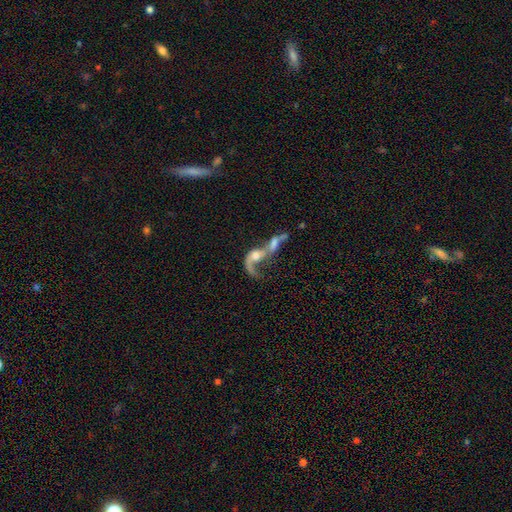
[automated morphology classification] Smooth or featured: featured or disk — 63% (smooth — 26%)
Edge-on disk: no — 93% (yes — 7%)
Bar: no — 70% (weak — 23%)
Spiral arms: yes — 67% (no — 33%)
Bulge size: moderate — 46% (small — 20%)
Merging: merger — 71% (major disturbance — 14%)